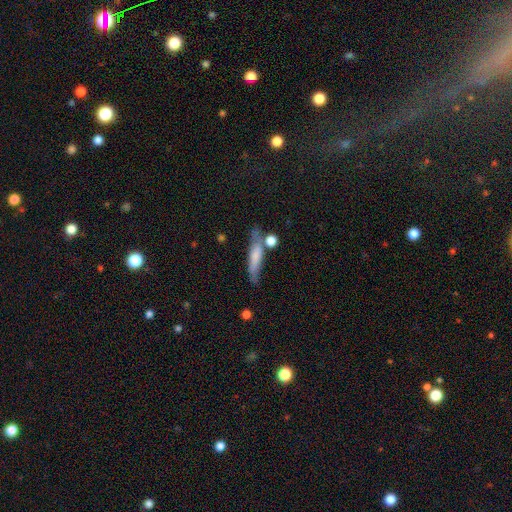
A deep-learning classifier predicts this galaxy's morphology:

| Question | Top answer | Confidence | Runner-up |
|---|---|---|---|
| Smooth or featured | smooth | 63% | featured or disk (30%) |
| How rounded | cigar-shaped | 79% | in between (18%) |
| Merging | none | 58% | minor disturbance (21%) |